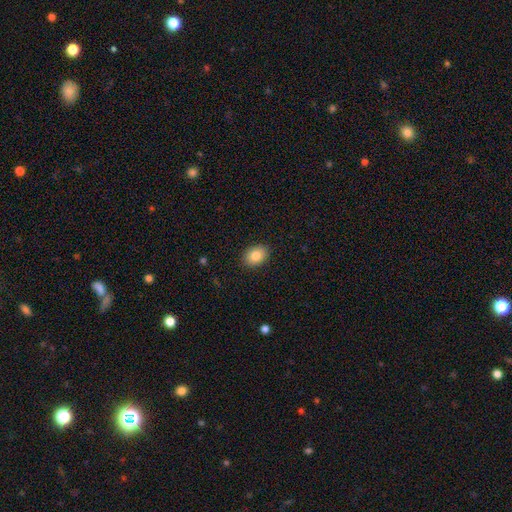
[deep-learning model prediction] smooth 85%, star or artifact 8%, featured or disk 7%. Down the decision tree: how rounded — in between (73%); merging — none (89%).